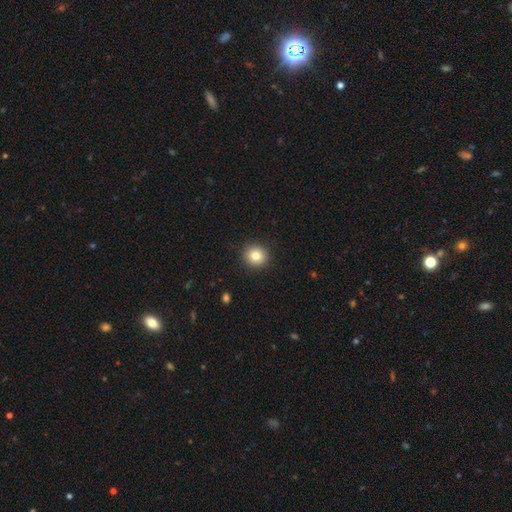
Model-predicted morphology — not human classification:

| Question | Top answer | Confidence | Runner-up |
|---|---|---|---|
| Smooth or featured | smooth | 82% | star or artifact (11%) |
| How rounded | round | 91% | in between (8%) |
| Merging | none | 92% | minor disturbance (6%) |